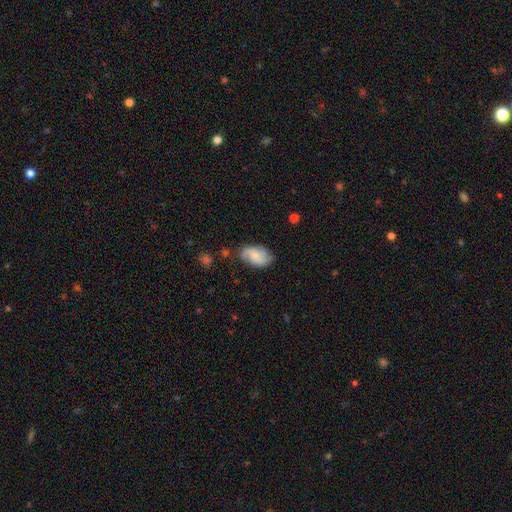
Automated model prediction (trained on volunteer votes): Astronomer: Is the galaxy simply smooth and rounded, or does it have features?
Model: featured or disk — 49% (runner-up: smooth, 43%).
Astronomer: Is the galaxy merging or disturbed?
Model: none — 64%.